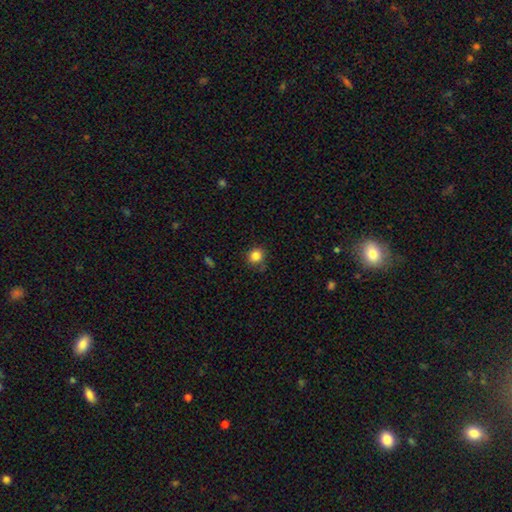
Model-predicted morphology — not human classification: Smooth or featured? smooth (84%)
How rounded? round (86%)
Merging? none (79%)